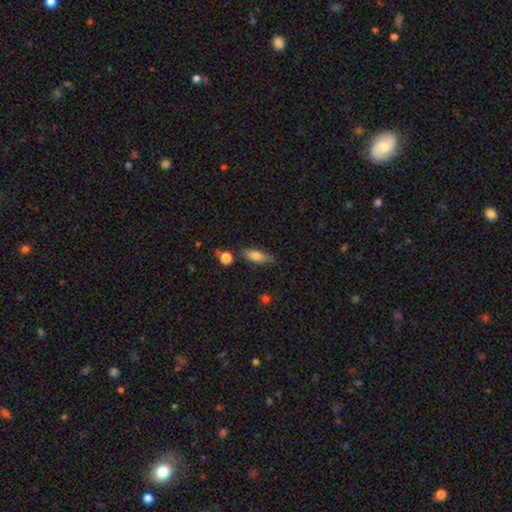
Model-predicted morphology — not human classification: Smooth or featured? Predicted: smooth (p=0.80). How rounded? Predicted: in between (p=0.69). Merging? Predicted: none (p=0.66).